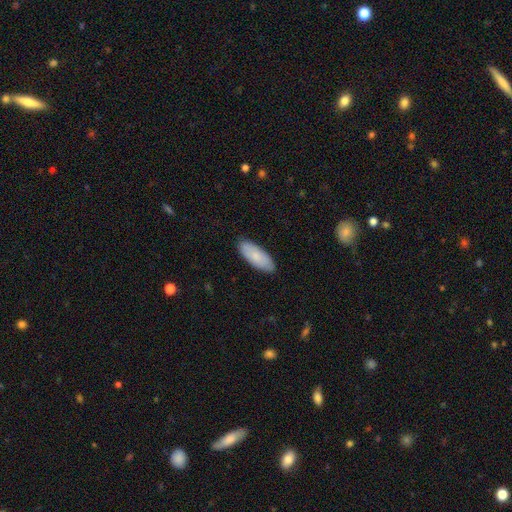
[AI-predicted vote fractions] Smooth or featured: smooth — 82% (featured or disk — 13%)
How rounded: in between — 78% (cigar-shaped — 20%)
Merging: none — 87% (minor disturbance — 10%)